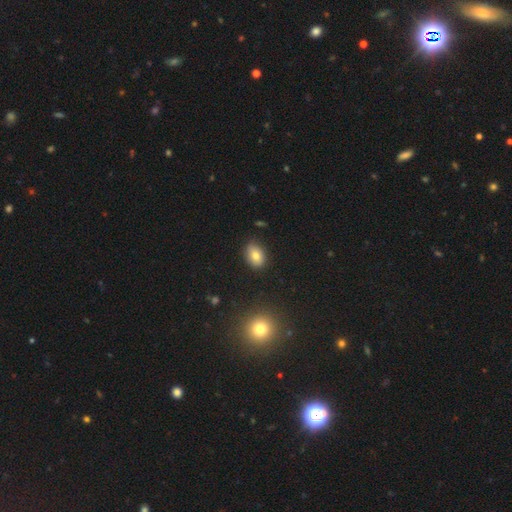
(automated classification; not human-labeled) Smooth or featured? smooth (77%)
How rounded? in between (78%)
Merging? none (82%)